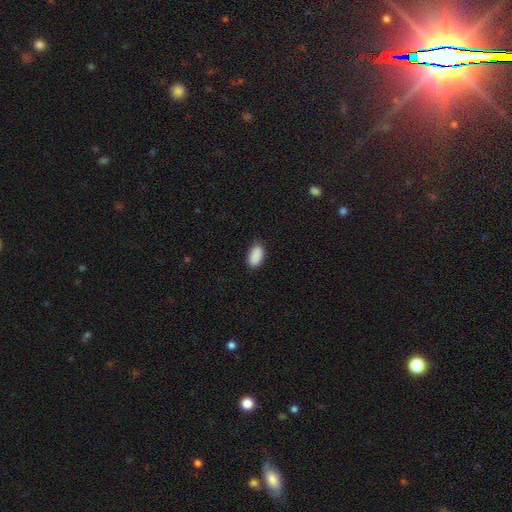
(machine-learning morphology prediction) A smooth galaxy with no disk features (90%) that is in between round and cigar-shaped (94%).

Vote fractions:
- Smooth or featured? smooth: 90% / star or artifact: 7% / featured or disk: 3%
- How rounded? in between: 94% / round: 4% / cigar-shaped: 2%
- Merging? none: 85% / minor disturbance: 11% / major disturbance: 2% / merger: 1%